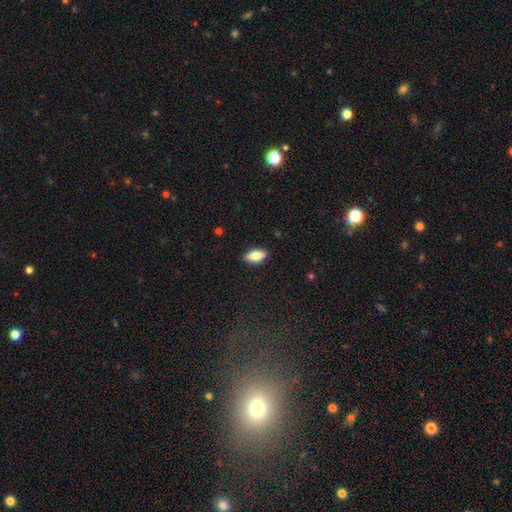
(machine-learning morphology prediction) Smooth or featured: smooth — 75% (featured or disk — 18%)
How rounded: in between — 84% (cigar-shaped — 13%)
Merging: none — 88% (minor disturbance — 9%)